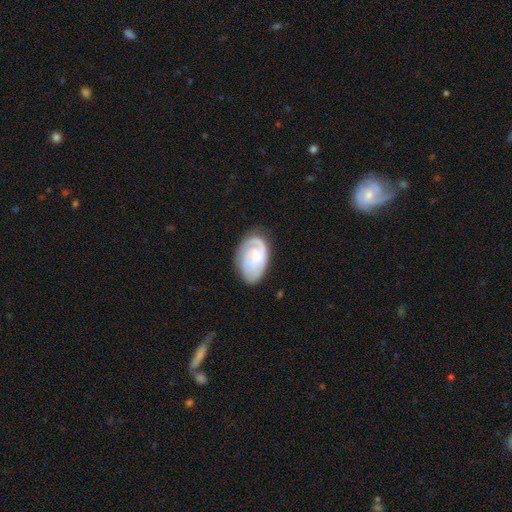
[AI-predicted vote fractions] Smooth or featured?
  - featured or disk: 68% *
  - smooth: 26%
  - star or artifact: 5%
Edge-on disk?
  - no: 97% *
  - yes: 3%
Bar?
  - no: 67% *
  - weak: 28%
  - strong: 4%
Spiral arms?
  - yes: 90% *
  - no: 10%
Spiral winding?
  - tight: 60% *
  - medium: 30%
  - loose: 11%
Spiral arm count?
  - 1: 34% *
  - 2: 31%
  - can't tell: 23%
  - 3: 8%
  - 4: 2%
  - more than 4: 2%
Bulge size?
  - small: 60% *
  - moderate: 26%
  - none: 9%
  - large: 3%
  - dominant: 1%
Merging?
  - none: 70% *
  - minor disturbance: 21%
  - major disturbance: 8%
  - merger: 2%